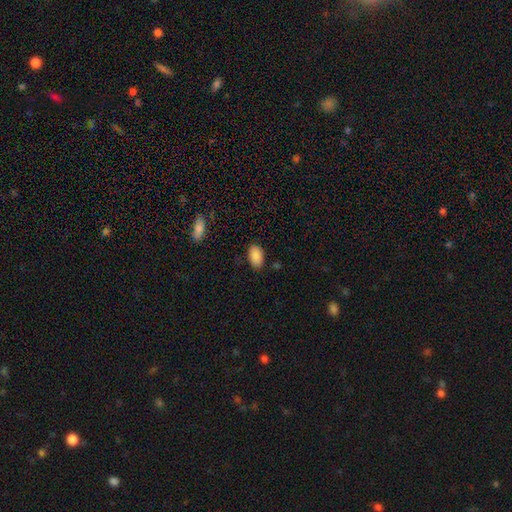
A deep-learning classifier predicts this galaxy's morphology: smooth_or_featured: smooth (p=0.89) [alt: star or artifact p=0.08]
how_rounded: in between (p=0.93) [alt: round p=0.05]
merging: none (p=0.84) [alt: minor disturbance p=0.11]